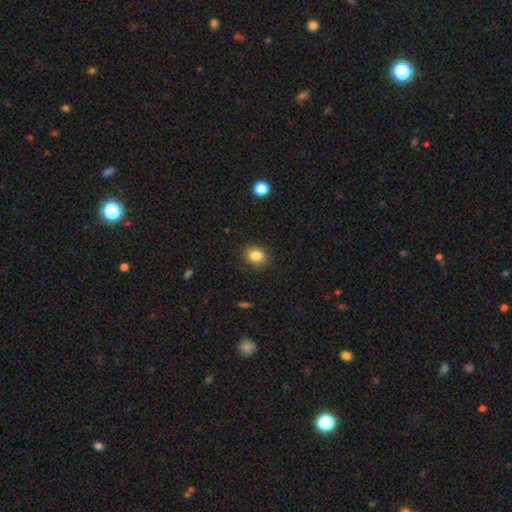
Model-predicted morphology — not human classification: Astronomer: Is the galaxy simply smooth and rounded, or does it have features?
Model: smooth — 84%.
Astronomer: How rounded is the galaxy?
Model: round — 56% (runner-up: in between, 43%).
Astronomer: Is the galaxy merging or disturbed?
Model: none — 88%.